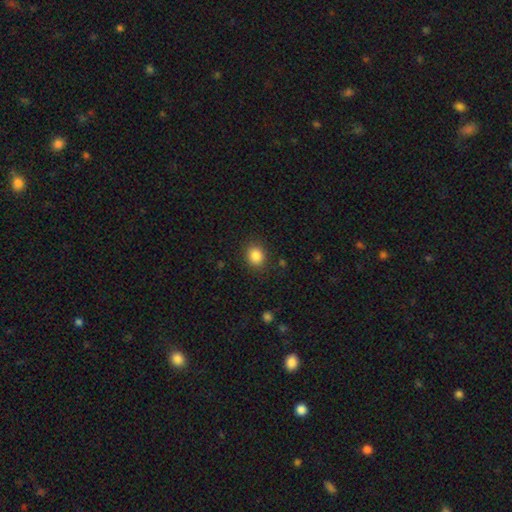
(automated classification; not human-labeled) Smooth or featured?
  - smooth: 85% *
  - star or artifact: 10%
  - featured or disk: 5%
How rounded?
  - round: 63% *
  - in between: 36%
  - cigar-shaped: 1%
Merging?
  - none: 86% *
  - minor disturbance: 9%
  - major disturbance: 3%
  - merger: 1%